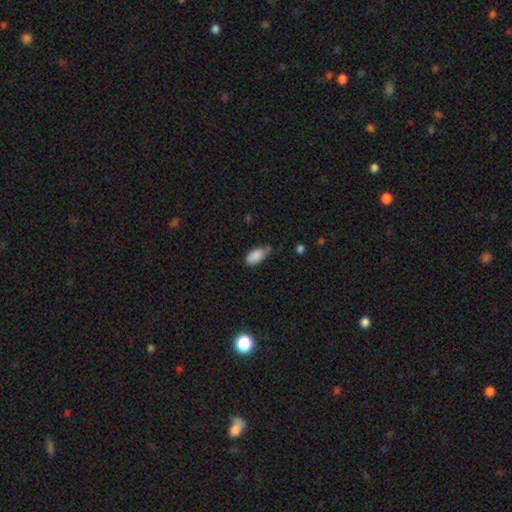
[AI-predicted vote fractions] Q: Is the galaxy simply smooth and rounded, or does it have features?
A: smooth — 87%.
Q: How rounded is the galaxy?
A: in between — 93%.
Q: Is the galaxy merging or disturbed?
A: none — 56%.